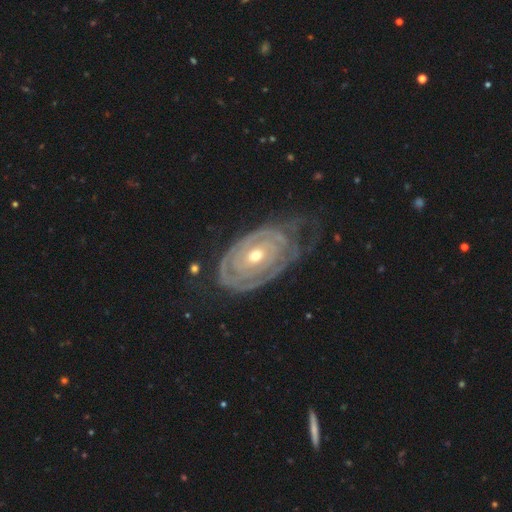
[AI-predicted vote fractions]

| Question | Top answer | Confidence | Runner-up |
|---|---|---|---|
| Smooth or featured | featured or disk | 86% | smooth (9%) |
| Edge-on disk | no | 95% | yes (5%) |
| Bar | no | 72% | weak (20%) |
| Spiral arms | yes | 89% | no (11%) |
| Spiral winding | tight | 83% | medium (12%) |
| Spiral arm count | can't tell | 43% | 2 (27%) |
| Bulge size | moderate | 51% | small (45%) |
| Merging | none | 57% | minor disturbance (23%) |